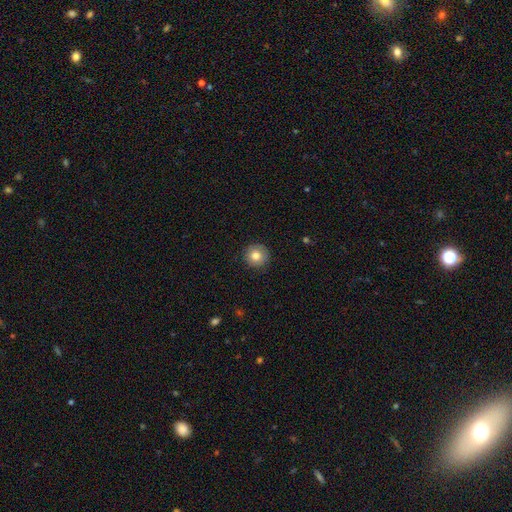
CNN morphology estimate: Smooth or featured: smooth — 81% (featured or disk — 10%)
How rounded: round — 95% (in between — 4%)
Merging: none — 90% (minor disturbance — 7%)